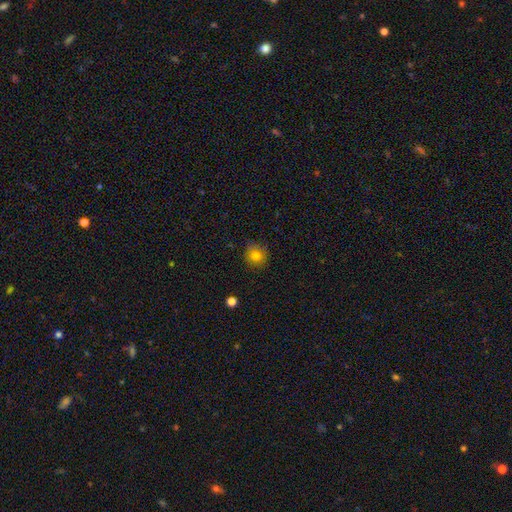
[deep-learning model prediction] A smooth galaxy with no disk features (80%) that is round (90%).

Vote fractions:
- Smooth or featured? smooth: 80% / star or artifact: 12% / featured or disk: 8%
- How rounded? round: 90% / in between: 9% / cigar-shaped: 1%
- Merging? none: 86% / minor disturbance: 10% / major disturbance: 2% / merger: 1%